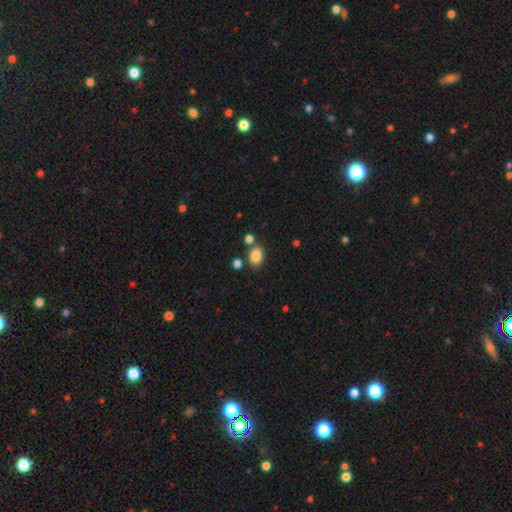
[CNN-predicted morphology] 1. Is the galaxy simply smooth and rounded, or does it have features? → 84% smooth, 9% star or artifact, 6% featured or disk.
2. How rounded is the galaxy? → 77% in between, 22% round, 1% cigar-shaped.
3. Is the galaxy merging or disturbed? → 73% none, 12% merger, 12% minor disturbance, 3% major disturbance.